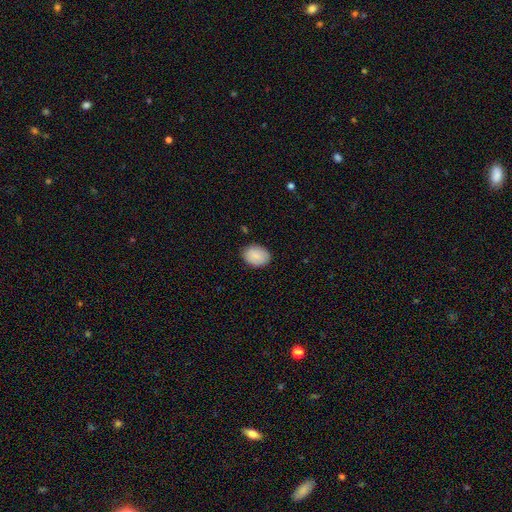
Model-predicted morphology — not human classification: A smooth galaxy with no disk features (88%) that is in between round and cigar-shaped (72%).

Vote fractions:
- Smooth or featured? smooth: 88% / star or artifact: 6% / featured or disk: 5%
- How rounded? in between: 72% / round: 27% / cigar-shaped: 1%
- Merging? none: 85% / minor disturbance: 11% / major disturbance: 2% / merger: 1%